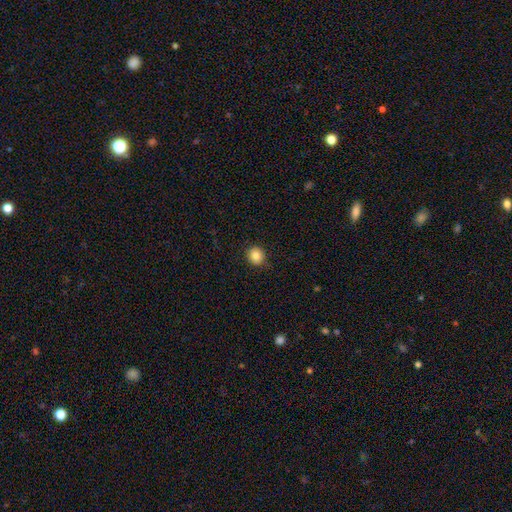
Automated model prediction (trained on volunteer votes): smooth_or_featured: smooth (p=0.84) [alt: star or artifact p=0.10]
how_rounded: round (p=0.88) [alt: in between p=0.11]
merging: none (p=0.89) [alt: minor disturbance p=0.08]